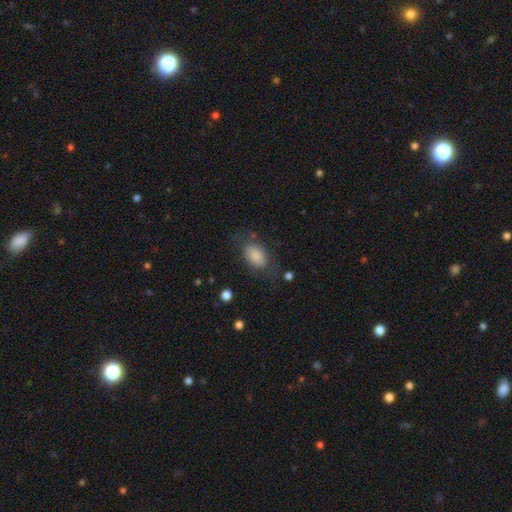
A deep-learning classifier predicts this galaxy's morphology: A smooth galaxy with no disk features (83%) that is in between round and cigar-shaped (89%).

Vote fractions:
- Smooth or featured? smooth: 83% / featured or disk: 9% / star or artifact: 7%
- How rounded? in between: 89% / round: 9% / cigar-shaped: 2%
- Merging? none: 66% / minor disturbance: 20% / major disturbance: 12% / merger: 2%